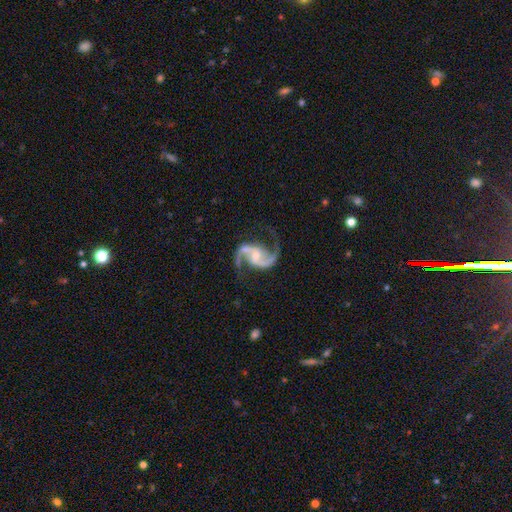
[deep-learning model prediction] A featured or disk galaxy (93%) with a weak bar (43%), 2 (94%) loose (47%) spiral arms (98%) and a small central bulge (53%). Merging: none (77%).